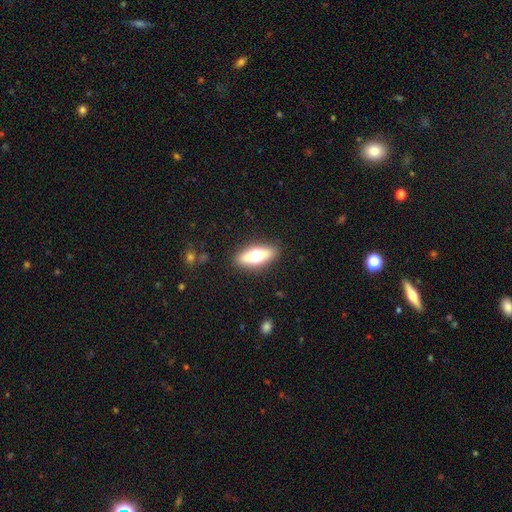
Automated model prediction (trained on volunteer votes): The model was most divided on "smooth or featured": smooth: 53%, featured or disk: 39%, star or artifact: 7%. More confident: merging — none (87%); how rounded — in between (59%).